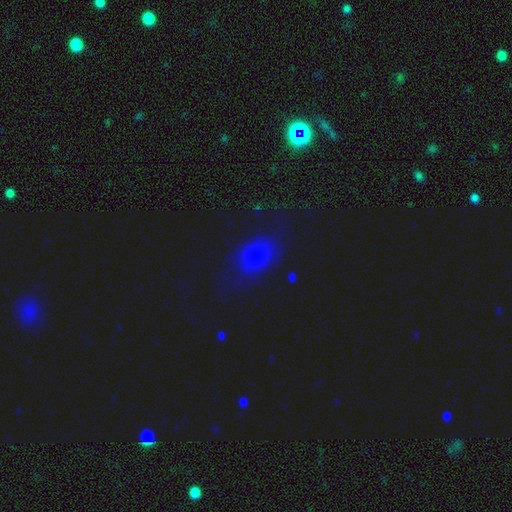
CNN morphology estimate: Overall: smooth (73%). How rounded: in between (64%; round 34%). Merging: none (74%).